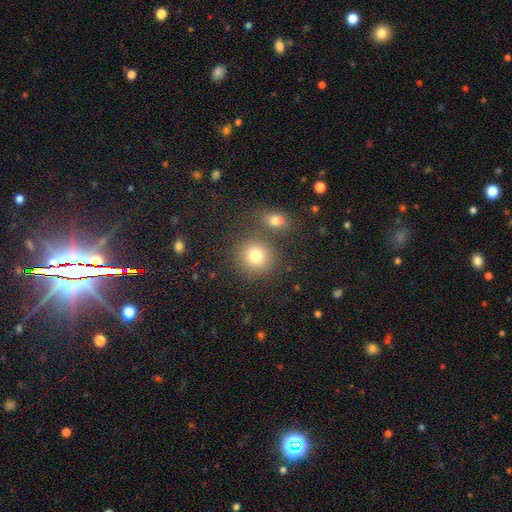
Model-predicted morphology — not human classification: Smooth or featured? smooth (79%)
How rounded? round (89%)
Merging? none (73%)